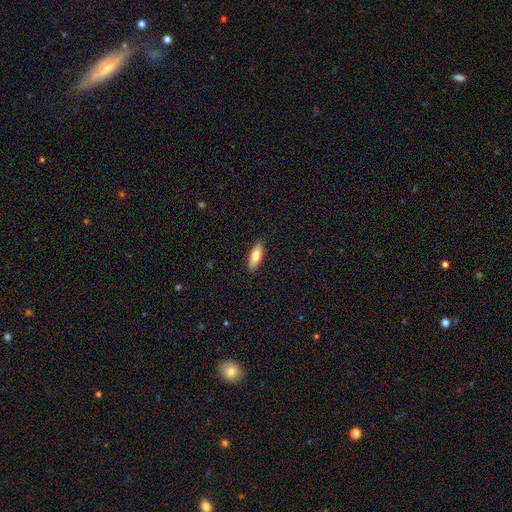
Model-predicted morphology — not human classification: Smooth or featured? smooth (74%)
How rounded? in between (69%)
Merging? none (89%)